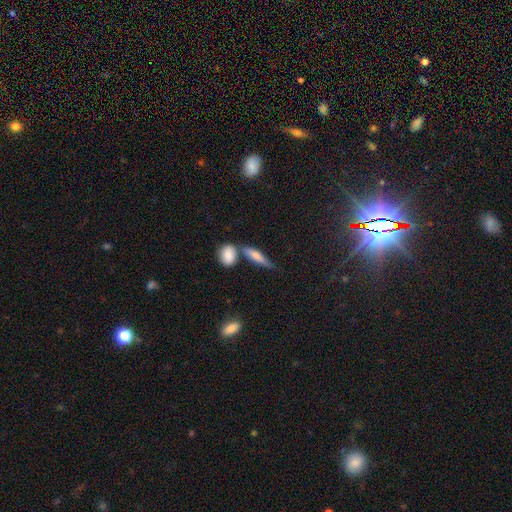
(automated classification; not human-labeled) Smooth or featured? smooth (69%)
How rounded? cigar-shaped (62%)
Merging? none (53%)